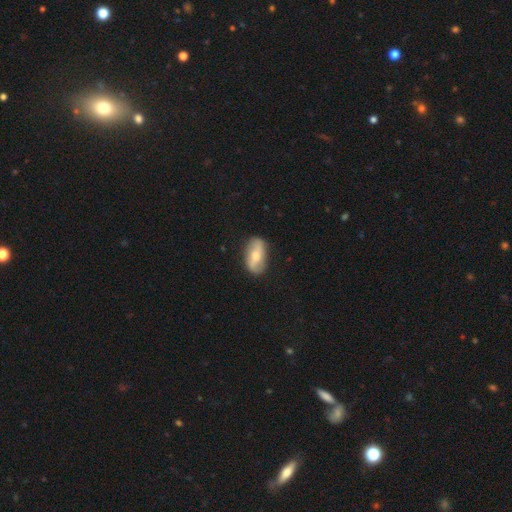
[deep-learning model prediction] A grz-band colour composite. It shows a featured or disk galaxy (51%). Merging: none (81%).